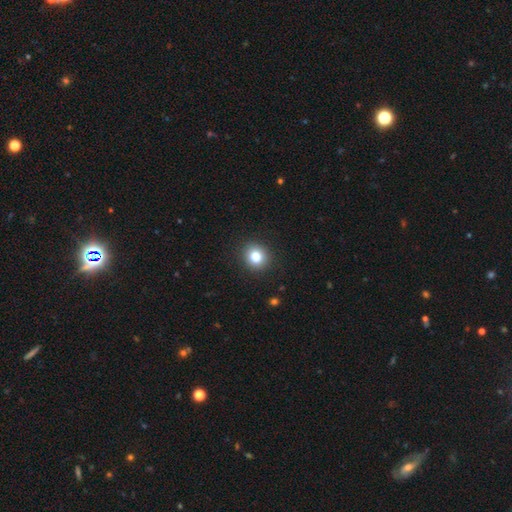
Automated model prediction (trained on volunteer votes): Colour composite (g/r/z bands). It shows a smooth galaxy with no disk features (82%) that is round (85%). Merging: none (91%).